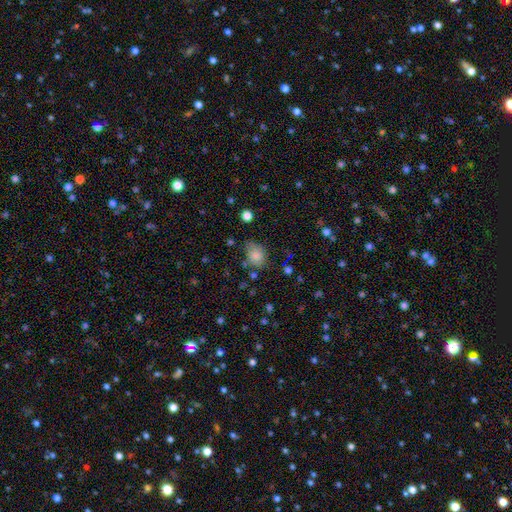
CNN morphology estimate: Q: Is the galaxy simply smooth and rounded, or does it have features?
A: smooth — 79%.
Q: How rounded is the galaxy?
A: in between — 64%.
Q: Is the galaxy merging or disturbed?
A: none — 58%.